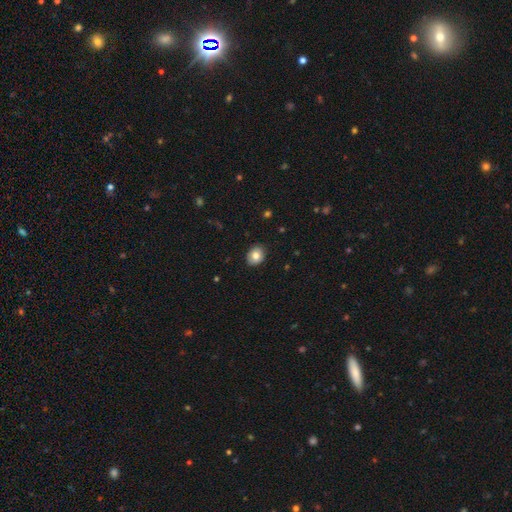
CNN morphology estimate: smooth_or_featured: smooth (p=0.81) [alt: featured or disk p=0.11]
how_rounded: in between (p=0.56) [alt: round p=0.44]
merging: none (p=0.89) [alt: minor disturbance p=0.09]